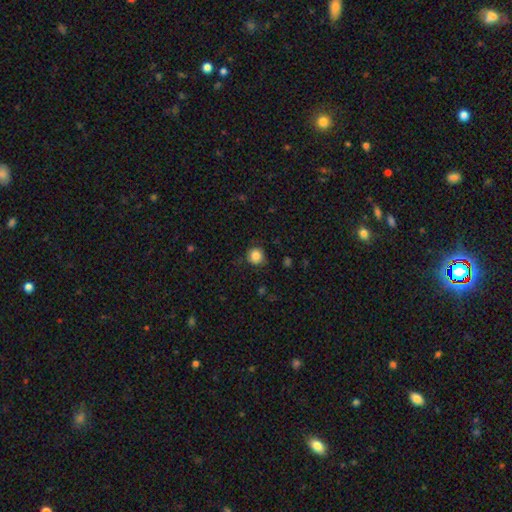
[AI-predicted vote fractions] The model was most divided on "merging": none: 81%, minor disturbance: 14%, major disturbance: 4%, merger: 1%. More confident: how rounded — round (91%); smooth or featured — smooth (84%).